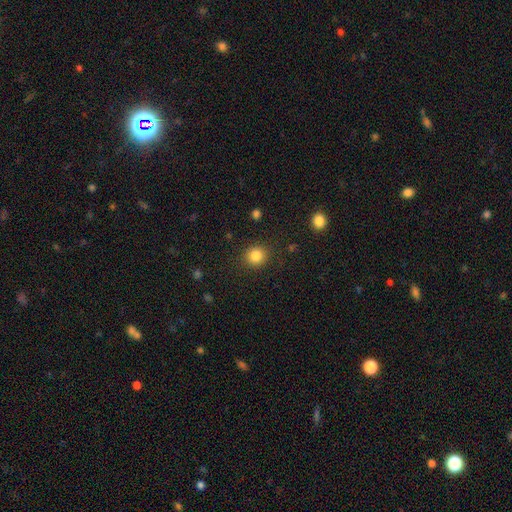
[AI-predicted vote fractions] Smooth or featured? Predicted: smooth (p=0.85). How rounded? Predicted: round (p=0.89). Merging? Predicted: none (p=0.89).